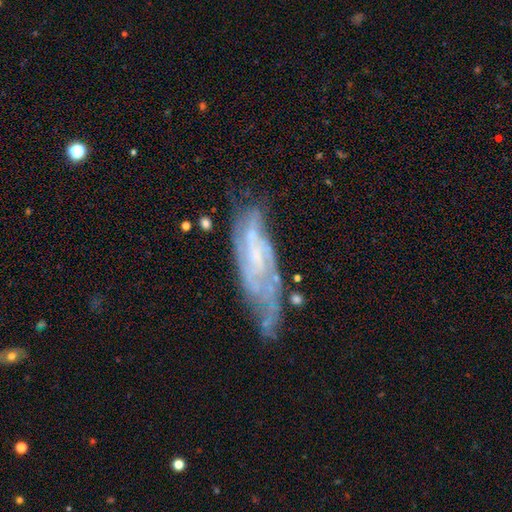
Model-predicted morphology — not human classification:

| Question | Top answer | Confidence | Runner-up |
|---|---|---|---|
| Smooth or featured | featured or disk | 74% | smooth (17%) |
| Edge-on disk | no | 80% | yes (20%) |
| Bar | no | 48% | weak (39%) |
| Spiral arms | yes | 84% | no (16%) |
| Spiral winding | tight | 48% | medium (38%) |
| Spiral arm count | can't tell | 44% | 2 (26%) |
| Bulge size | small | 52% | none (30%) |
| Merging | none | 49% | minor disturbance (28%) |